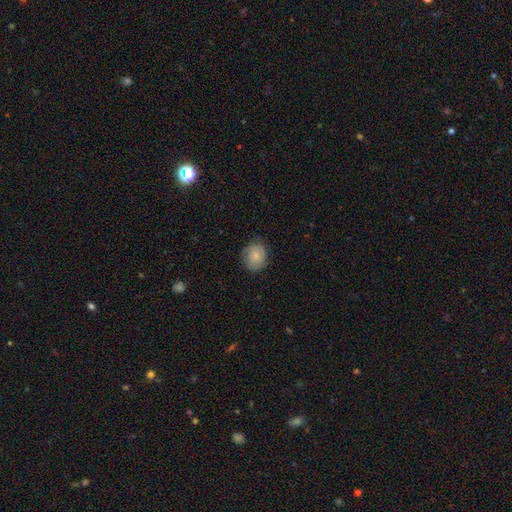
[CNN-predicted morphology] A smooth galaxy with no disk features (76%) that is round (74%).

Vote fractions:
- Smooth or featured? smooth: 76% / featured or disk: 17% / star or artifact: 7%
- How rounded? round: 74% / in between: 25% / cigar-shaped: 1%
- Merging? none: 75% / minor disturbance: 20% / major disturbance: 4% / merger: 1%